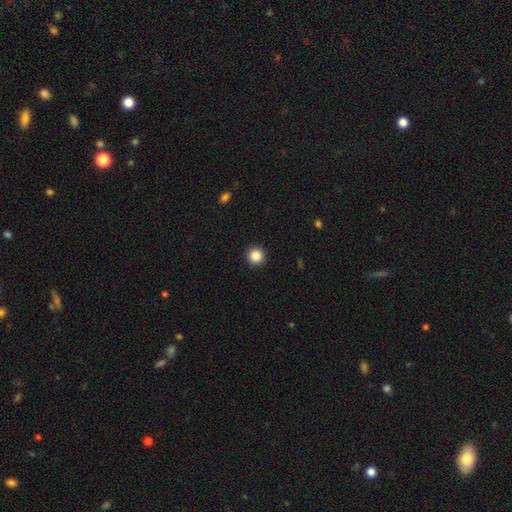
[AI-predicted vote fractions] This appears to be a smooth galaxy with no disk features (86%) that is round (96%). Merging: none (93%).